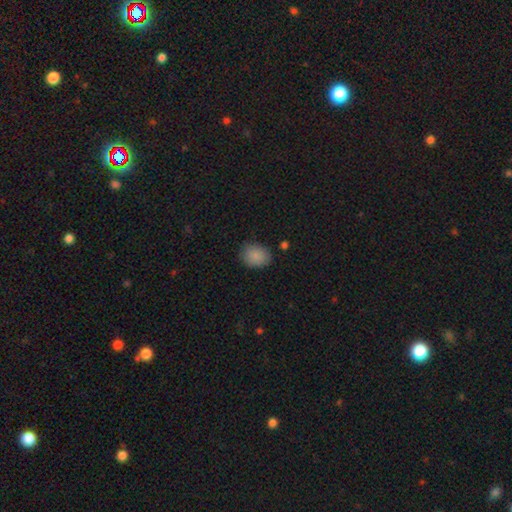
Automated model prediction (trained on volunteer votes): Smooth or featured?
  - smooth: 87% *
  - star or artifact: 8%
  - featured or disk: 5%
How rounded?
  - in between: 58% *
  - round: 41%
  - cigar-shaped: 1%
Merging?
  - none: 80% *
  - minor disturbance: 15%
  - major disturbance: 3%
  - merger: 2%